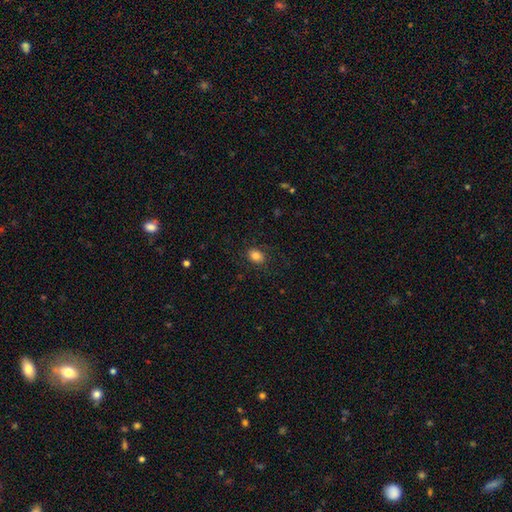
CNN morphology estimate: Smooth or featured?
  - smooth: 84% *
  - star or artifact: 10%
  - featured or disk: 6%
How rounded?
  - in between: 65% *
  - round: 34%
  - cigar-shaped: 1%
Merging?
  - none: 82% *
  - minor disturbance: 12%
  - major disturbance: 5%
  - merger: 1%